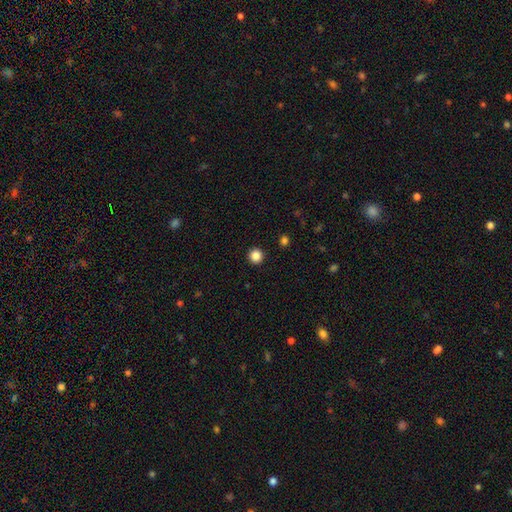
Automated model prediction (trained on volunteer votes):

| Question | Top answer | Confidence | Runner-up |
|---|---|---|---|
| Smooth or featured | smooth | 86% | star or artifact (11%) |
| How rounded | round | 96% | in between (3%) |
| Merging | none | 94% | minor disturbance (4%) |